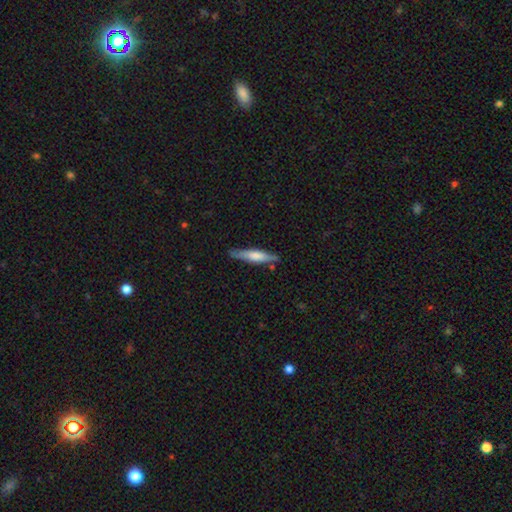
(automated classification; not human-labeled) Overall: smooth (54%; featured or disk 40%). How rounded: cigar-shaped (86%). Merging: none (83%).